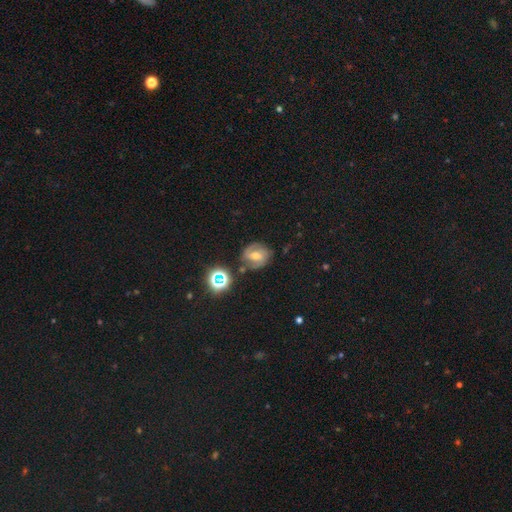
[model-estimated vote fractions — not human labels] Smooth or featured?
  - featured or disk: 65% *
  - smooth: 21%
  - star or artifact: 13%
Edge-on disk?
  - no: 97% *
  - yes: 3%
Bar?
  - weak: 47% *
  - no: 28%
  - strong: 25%
Spiral arms?
  - yes: 90% *
  - no: 10%
Spiral winding?
  - medium: 46% *
  - tight: 40%
  - loose: 14%
Spiral arm count?
  - 2: 77% *
  - can't tell: 10%
  - 3: 6%
  - 1: 3%
  - 4: 1%
  - more than 4: 1%
Bulge size?
  - moderate: 65% *
  - small: 28%
  - large: 4%
  - none: 2%
  - dominant: 1%
Merging?
  - none: 73% *
  - minor disturbance: 16%
  - major disturbance: 5%
  - merger: 5%